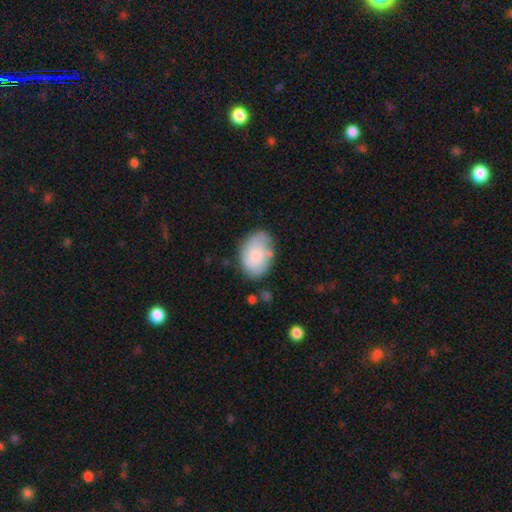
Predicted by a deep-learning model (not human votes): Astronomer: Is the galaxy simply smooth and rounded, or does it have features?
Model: smooth — 61%.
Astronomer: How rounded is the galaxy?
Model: in between — 83%.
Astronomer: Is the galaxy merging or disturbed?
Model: none — 65%.